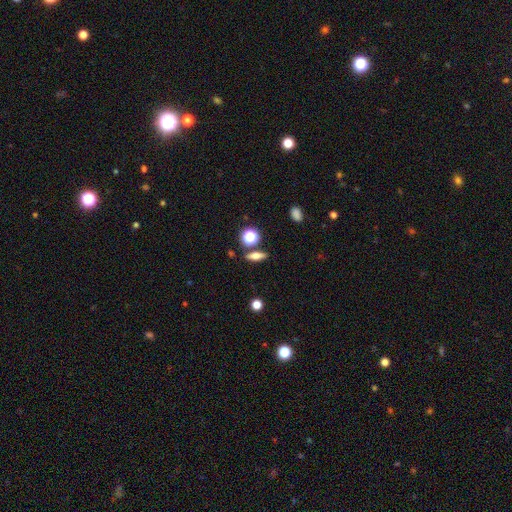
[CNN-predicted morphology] A smooth galaxy with no disk features (58%) that is in between round and cigar-shaped (47%).

Vote fractions:
- Smooth or featured? smooth: 58% / featured or disk: 29% / star or artifact: 13%
- How rounded? in between: 47% / cigar-shaped: 38% / round: 15%
- Merging? none: 80% / minor disturbance: 10% / merger: 7% / major disturbance: 3%